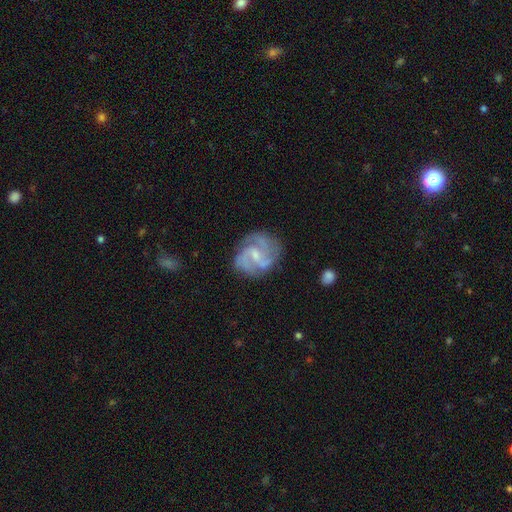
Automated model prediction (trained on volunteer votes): Smooth or featured? Predicted: featured or disk (p=0.85). Edge-on disk? Predicted: no (p=0.98). Bar? Predicted: weak (p=0.53). Spiral arms? Predicted: yes (p=0.96). Spiral winding? Predicted: medium (p=0.53). Spiral arm count? Predicted: 2 (p=0.38, tied with 3). Bulge size? Predicted: small (p=0.54). Merging? Predicted: none (p=0.71).